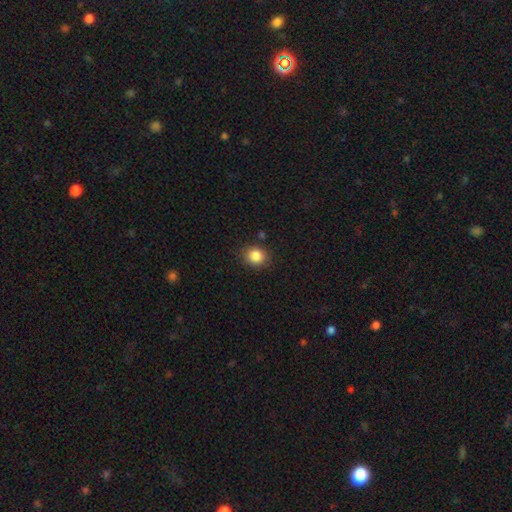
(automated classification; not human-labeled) This appears to be a smooth galaxy with no disk features (85%) that is round (79%). Merging: none (85%).